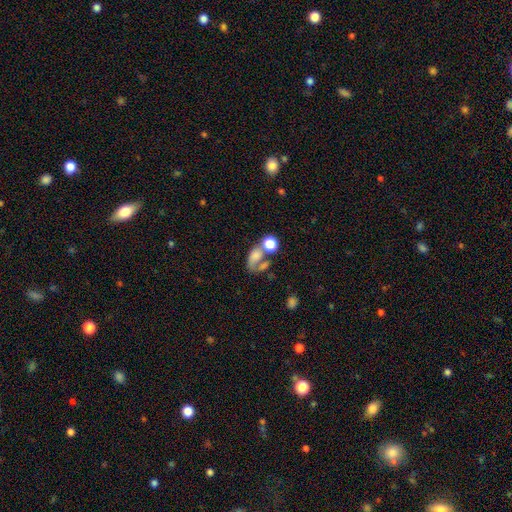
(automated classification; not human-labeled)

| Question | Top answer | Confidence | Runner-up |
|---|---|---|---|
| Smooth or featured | smooth | 60% | featured or disk (25%) |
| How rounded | in between | 70% | round (27%) |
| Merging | merger | 47% | none (22%) |